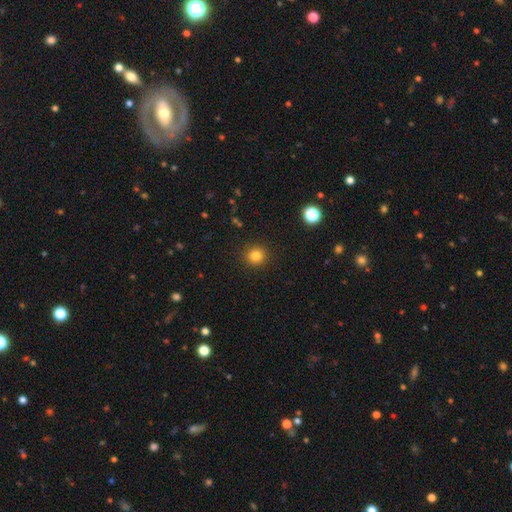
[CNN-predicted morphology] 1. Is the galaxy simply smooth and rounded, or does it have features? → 82% smooth, 13% star or artifact, 5% featured or disk.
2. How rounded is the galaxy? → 92% round, 7% in between, 1% cigar-shaped.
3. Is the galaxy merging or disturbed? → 91% none, 5% minor disturbance, 2% major disturbance, 1% merger.